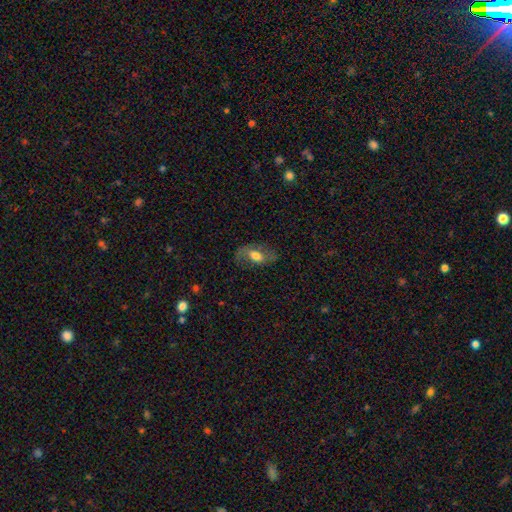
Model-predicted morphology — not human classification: Smooth or featured? smooth (51%)
How rounded? in between (87%)
Merging? none (67%)